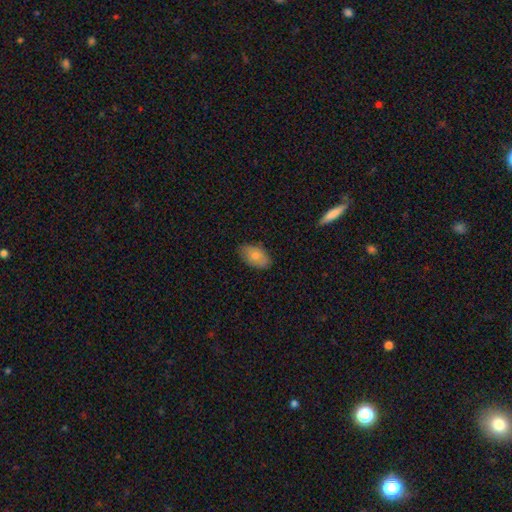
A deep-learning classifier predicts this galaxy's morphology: Overall: smooth (81%). How rounded: in between (93%). Merging: none (82%).